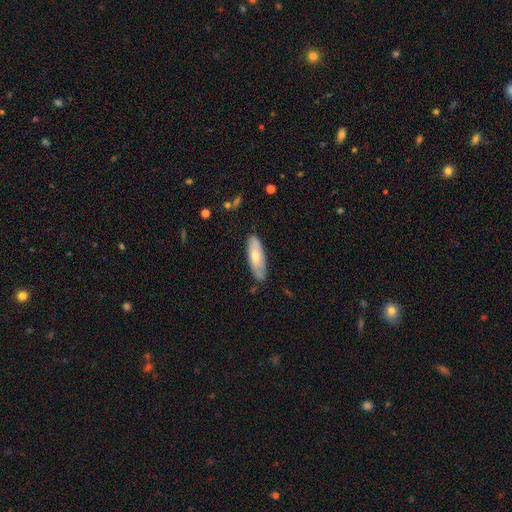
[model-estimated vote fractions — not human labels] A smooth galaxy with no disk features (66%) that is in between round and cigar-shaped (59%).

Vote fractions:
- Smooth or featured? smooth: 66% / featured or disk: 29% / star or artifact: 5%
- How rounded? in between: 59% / cigar-shaped: 39% / round: 2%
- Merging? none: 81% / minor disturbance: 15% / major disturbance: 3% / merger: 2%